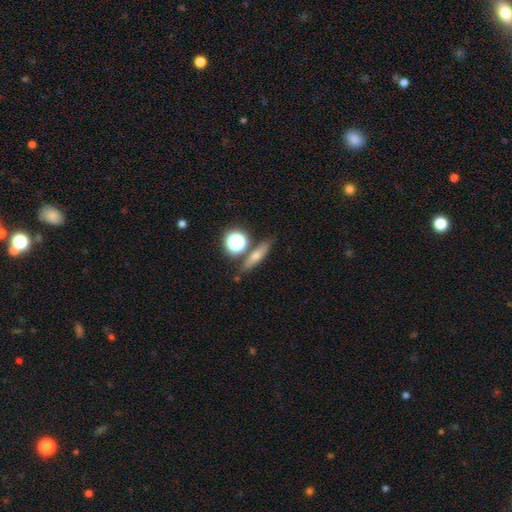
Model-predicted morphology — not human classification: Smooth or featured? smooth (44%)
Merging? none (79%)